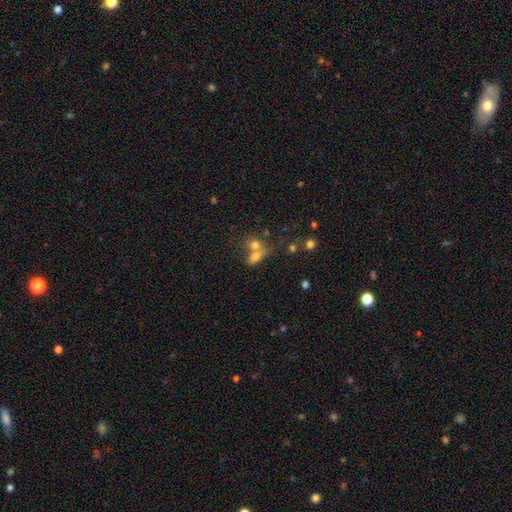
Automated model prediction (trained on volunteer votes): The model was most divided on "merging": merger: 60%, none: 27%, minor disturbance: 8%, major disturbance: 5%. More confident: smooth or featured — smooth (71%); how rounded — in between (70%).